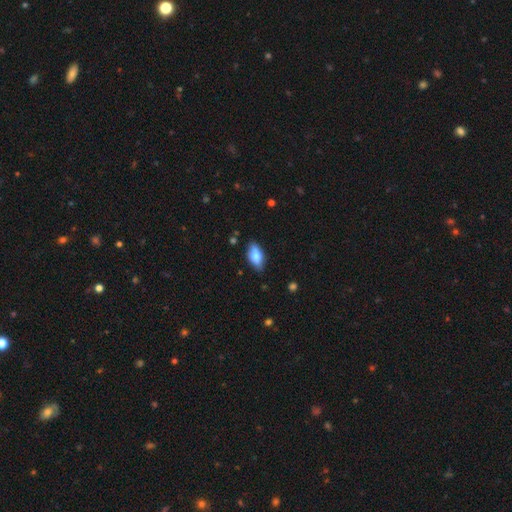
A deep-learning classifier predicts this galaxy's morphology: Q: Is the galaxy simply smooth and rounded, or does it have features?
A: smooth — 74%.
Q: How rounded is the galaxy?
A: in between — 89%.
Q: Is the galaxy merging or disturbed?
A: none — 82%.